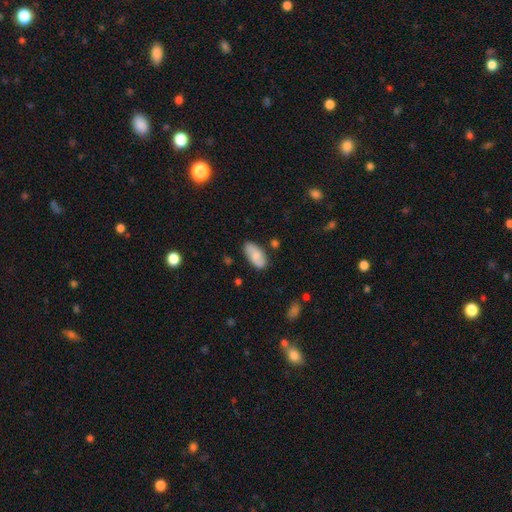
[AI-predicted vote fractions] Smooth or featured?
  - smooth: 73% *
  - featured or disk: 20%
  - star or artifact: 7%
How rounded?
  - in between: 91% *
  - cigar-shaped: 6%
  - round: 3%
Merging?
  - none: 78% *
  - minor disturbance: 16%
  - merger: 3%
  - major disturbance: 3%